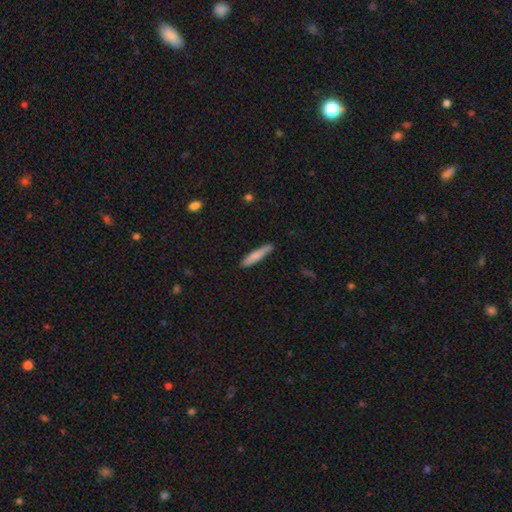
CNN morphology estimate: Smooth or featured? Predicted: smooth (p=0.77). How rounded? Predicted: cigar-shaped (p=0.91). Merging? Predicted: none (p=0.85).